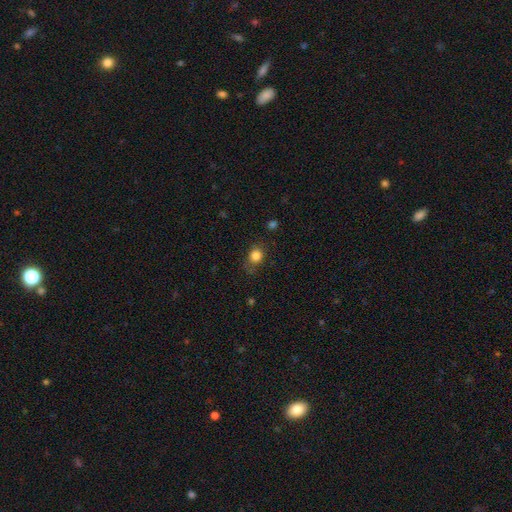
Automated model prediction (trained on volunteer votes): Q: Smooth or featured?
A: smooth (83%); runner-up: star or artifact (11%)
Q: How rounded?
A: round (67%); runner-up: in between (32%)
Q: Merging?
A: none (67%); runner-up: minor disturbance (23%)